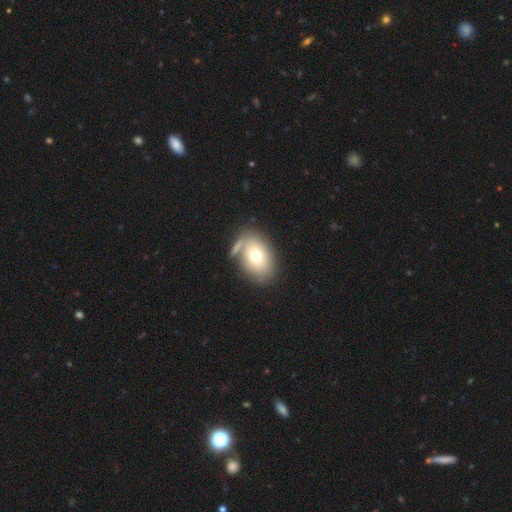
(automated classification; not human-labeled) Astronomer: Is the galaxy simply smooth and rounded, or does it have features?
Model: smooth — 71%.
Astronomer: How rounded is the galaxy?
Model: in between — 80%.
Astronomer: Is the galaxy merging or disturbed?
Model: none — 65%.